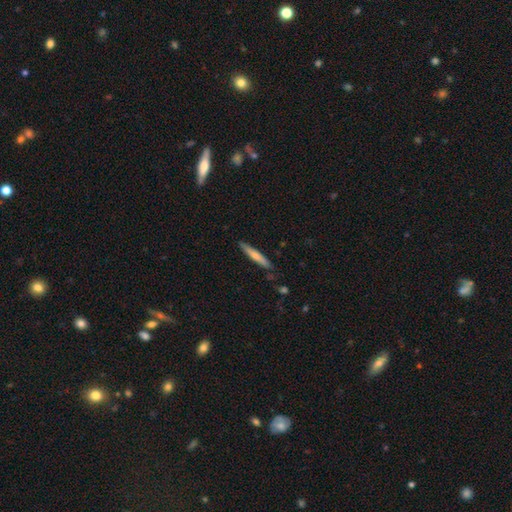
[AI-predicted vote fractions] Q: Smooth or featured?
A: smooth (67%); runner-up: featured or disk (28%)
Q: How rounded?
A: cigar-shaped (93%); runner-up: in between (5%)
Q: Merging?
A: none (84%); runner-up: minor disturbance (12%)